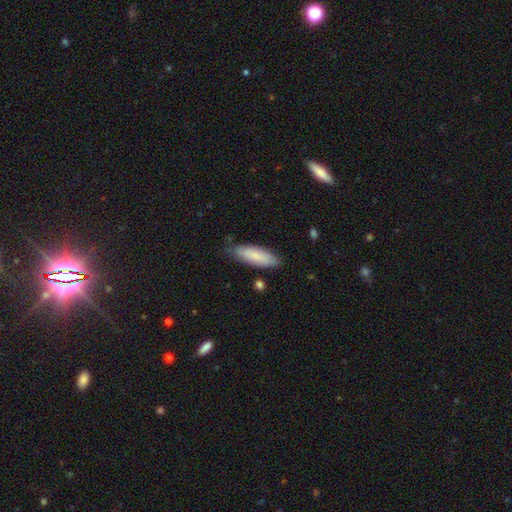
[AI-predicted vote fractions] Smooth or featured?
  - smooth: 79% *
  - featured or disk: 16%
  - star or artifact: 6%
How rounded?
  - in between: 59% *
  - cigar-shaped: 39%
  - round: 2%
Merging?
  - none: 75% *
  - minor disturbance: 20%
  - major disturbance: 3%
  - merger: 2%